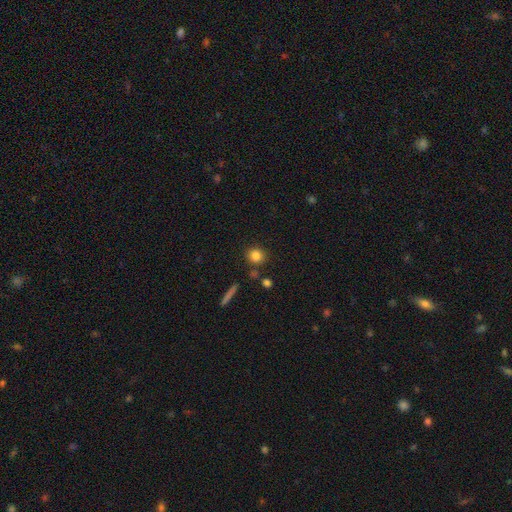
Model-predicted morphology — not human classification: The model was most divided on "how rounded": round: 85%, in between: 13%, cigar-shaped: 2%. More confident: smooth or featured — smooth (83%); merging — none (82%).